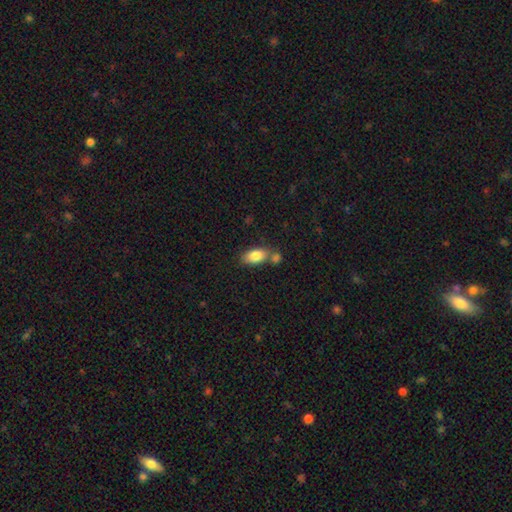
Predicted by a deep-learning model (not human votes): Smooth or featured? Predicted: smooth (p=0.83). How rounded? Predicted: in between (p=0.90). Merging? Predicted: none (p=0.54).